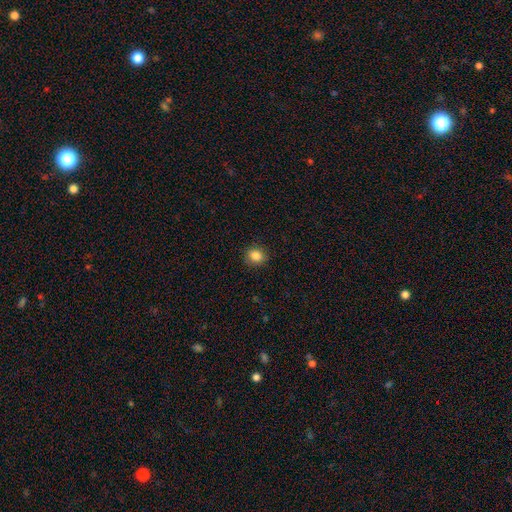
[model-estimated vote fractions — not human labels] Smooth or featured? Predicted: smooth (p=0.86). How rounded? Predicted: round (p=0.64). Merging? Predicted: none (p=0.88).